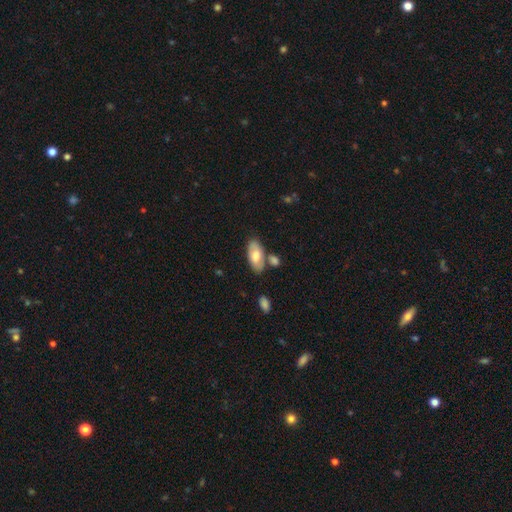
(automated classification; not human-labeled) smooth_or_featured: smooth (p=0.64) [alt: featured or disk p=0.30]
how_rounded: in between (p=0.91) [alt: cigar-shaped p=0.07]
merging: none (p=0.67) [alt: minor disturbance p=0.16]